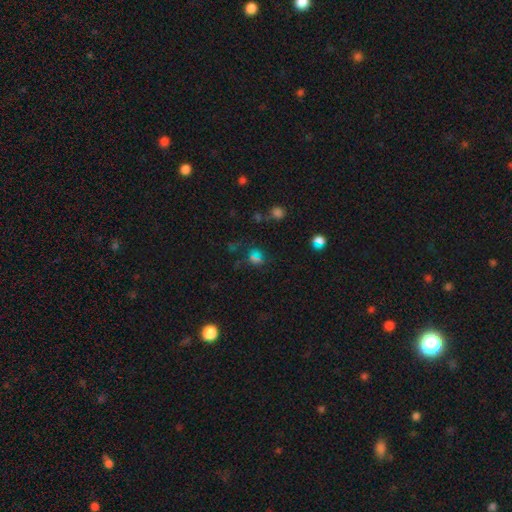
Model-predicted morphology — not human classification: The model was most divided on "smooth or featured": star or artifact: 46%, smooth: 45%, featured or disk: 10%.